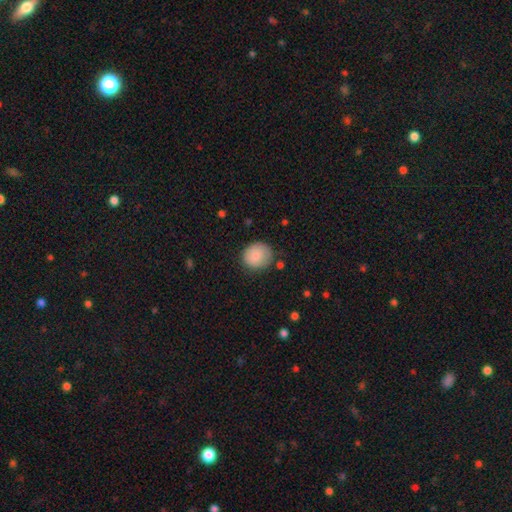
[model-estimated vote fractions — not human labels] smooth 84%, featured or disk 9%, star or artifact 7%. Down the decision tree: how rounded — round (83%); merging — none (80%).